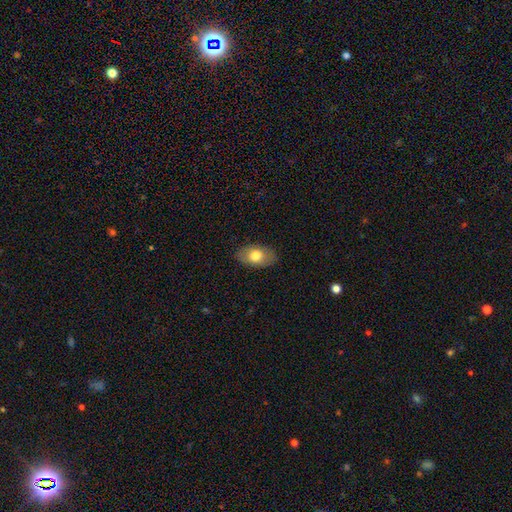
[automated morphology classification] Smooth or featured: smooth — 73% (featured or disk — 20%)
How rounded: in between — 91% (round — 8%)
Merging: none — 84% (minor disturbance — 12%)